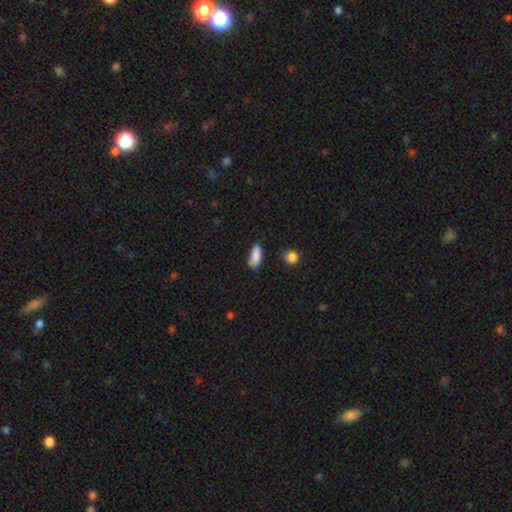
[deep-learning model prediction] The model was most divided on "merging": none: 62%, minor disturbance: 28%, major disturbance: 6%, merger: 4%. More confident: smooth or featured — smooth (86%); how rounded — in between (76%).